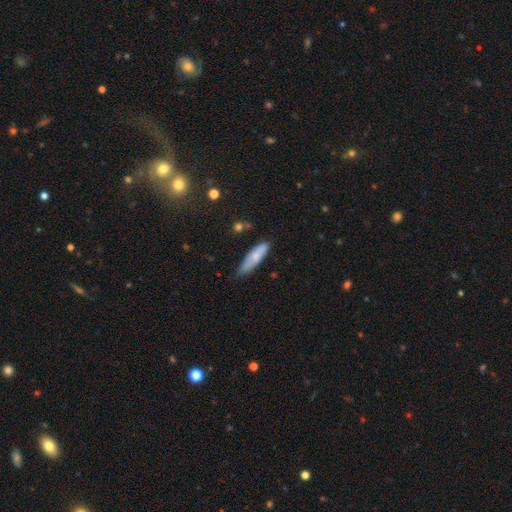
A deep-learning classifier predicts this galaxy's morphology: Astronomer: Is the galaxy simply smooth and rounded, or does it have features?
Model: smooth — 77%.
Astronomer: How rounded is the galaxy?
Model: cigar-shaped — 64%.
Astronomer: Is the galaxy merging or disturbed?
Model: none — 61%.